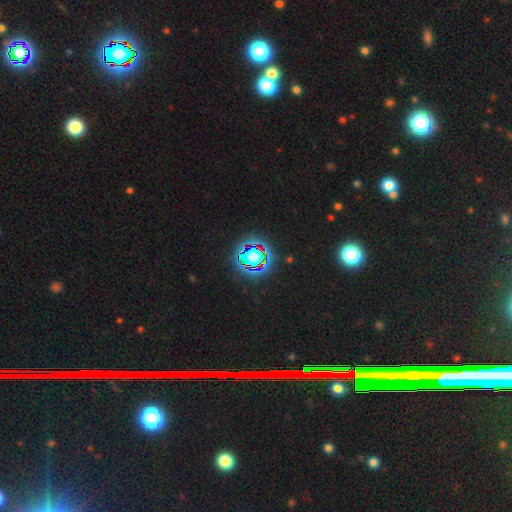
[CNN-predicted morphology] Smooth or featured? star or artifact (65%)